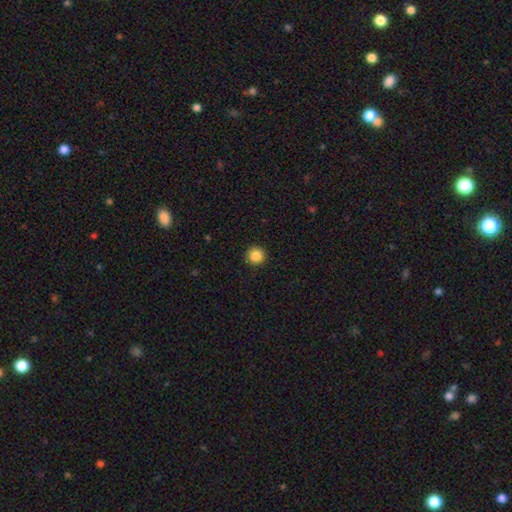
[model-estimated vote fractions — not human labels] Overall: smooth (86%). How rounded: round (95%). Merging: none (92%).